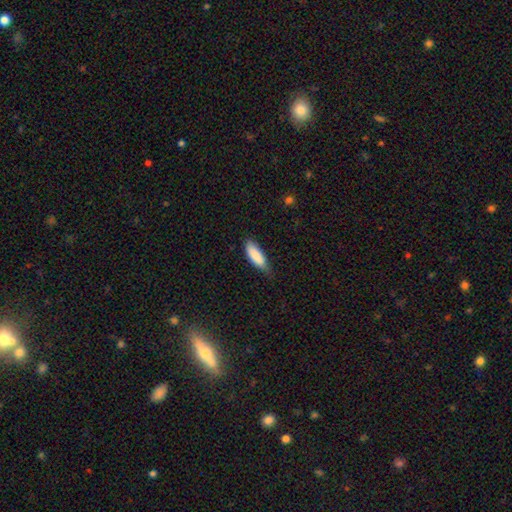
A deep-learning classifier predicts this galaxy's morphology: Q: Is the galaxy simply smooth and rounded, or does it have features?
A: smooth — 85%.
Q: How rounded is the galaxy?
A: in between — 67%.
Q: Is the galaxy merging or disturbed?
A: none — 55%.